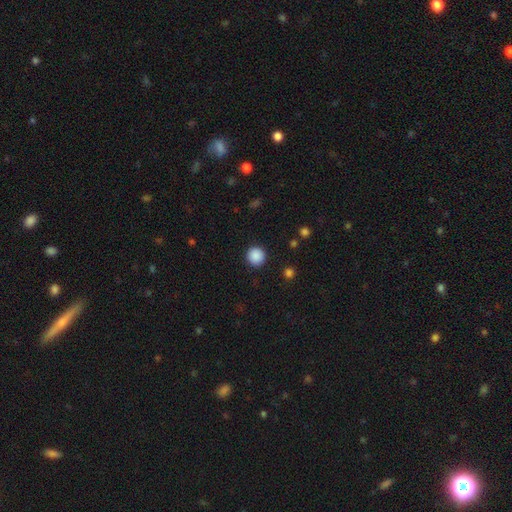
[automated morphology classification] Smooth or featured?
  - smooth: 89% *
  - star or artifact: 9%
  - featured or disk: 3%
How rounded?
  - round: 95% *
  - in between: 4%
  - cigar-shaped: 1%
Merging?
  - none: 92% *
  - minor disturbance: 5%
  - major disturbance: 2%
  - merger: 1%